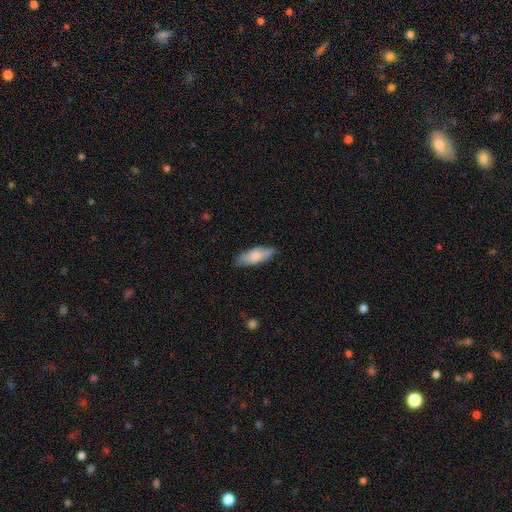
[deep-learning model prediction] smooth_or_featured: smooth (p=0.78) [alt: featured or disk p=0.17]
how_rounded: in between (p=0.70) [alt: cigar-shaped p=0.28]
merging: none (p=0.80) [alt: minor disturbance p=0.16]